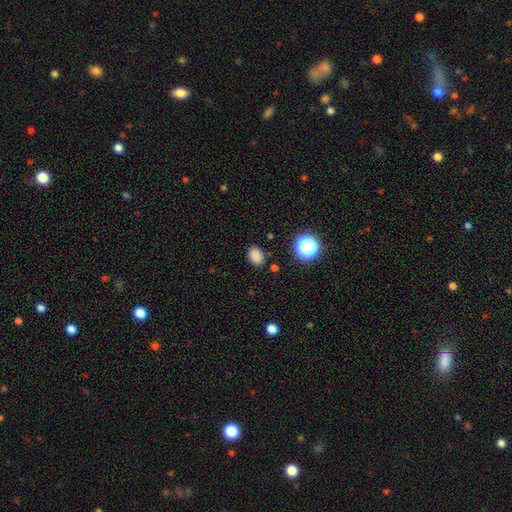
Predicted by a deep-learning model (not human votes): This appears to be a smooth galaxy with no disk features (83%) that is in between round and cigar-shaped (66%). Merging: none (85%).